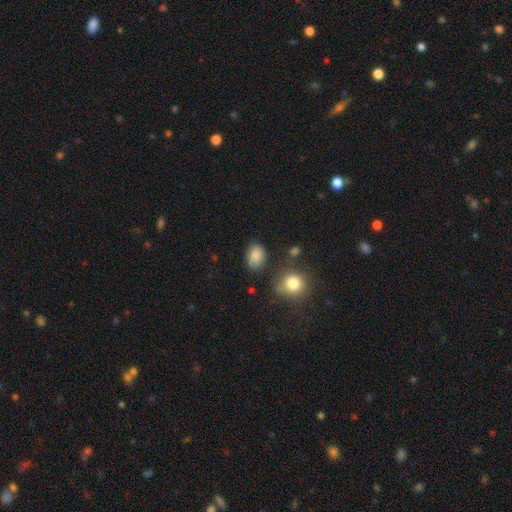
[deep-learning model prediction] A smooth galaxy with no disk features (86%) that is in between round and cigar-shaped (75%).

Vote fractions:
- Smooth or featured? smooth: 86% / star or artifact: 9% / featured or disk: 5%
- How rounded? in between: 75% / round: 24% / cigar-shaped: 1%
- Merging? none: 77% / minor disturbance: 16% / major disturbance: 4% / merger: 3%